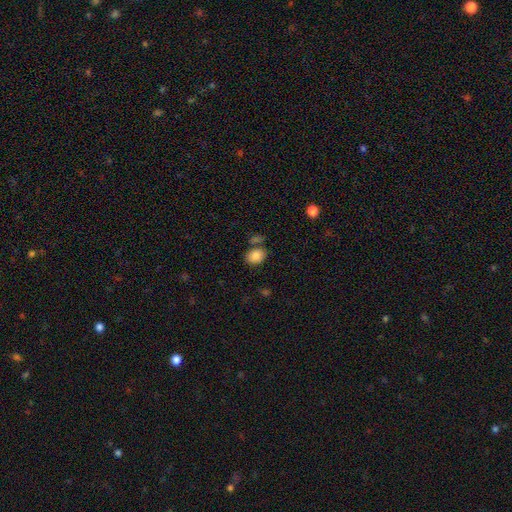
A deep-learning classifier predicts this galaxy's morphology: smooth-or-featured: smooth: 85% | star or artifact: 8% | featured or disk: 6%
  how-rounded: in between: 64% | round: 35% | cigar-shaped: 1%
  merging: none: 67% | minor disturbance: 15% | merger: 14% | major disturbance: 4%